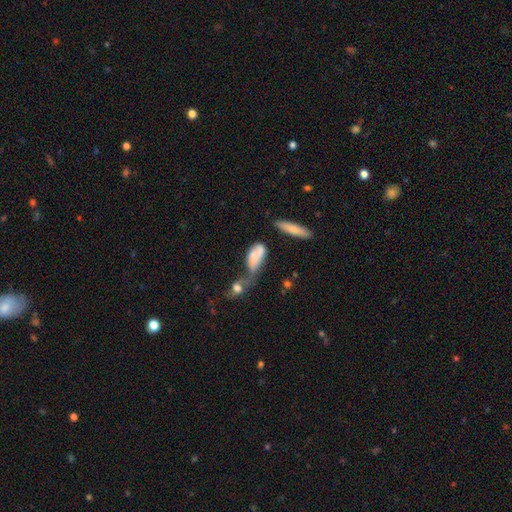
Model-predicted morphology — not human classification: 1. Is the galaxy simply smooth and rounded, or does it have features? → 69% smooth, 23% featured or disk, 8% star or artifact.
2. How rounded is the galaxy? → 81% in between, 13% cigar-shaped, 5% round.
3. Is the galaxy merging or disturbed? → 47% merger, 20% major disturbance, 17% none, 16% minor disturbance.